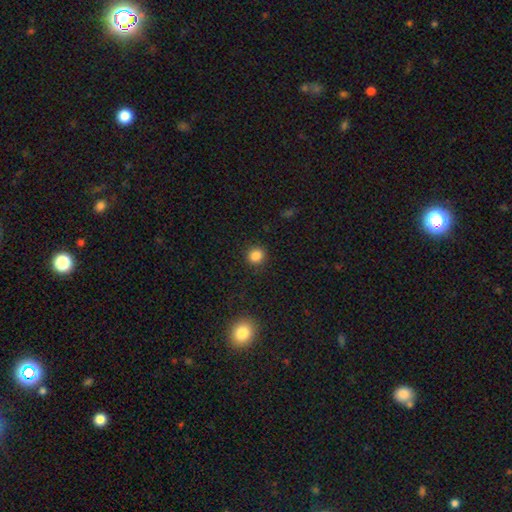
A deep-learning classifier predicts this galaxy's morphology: Q: Smooth or featured?
A: smooth (85%); runner-up: star or artifact (12%)
Q: How rounded?
A: round (85%); runner-up: in between (14%)
Q: Merging?
A: none (89%); runner-up: minor disturbance (7%)